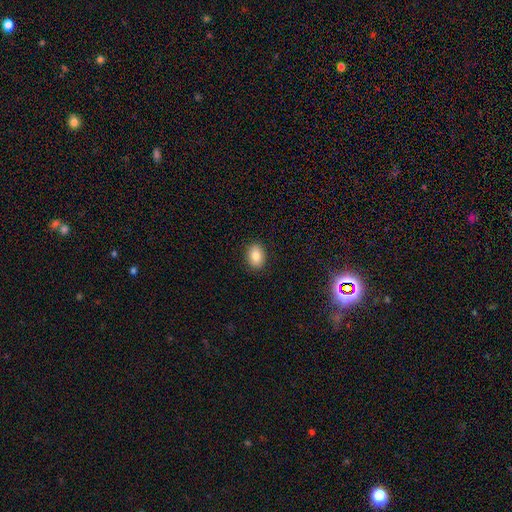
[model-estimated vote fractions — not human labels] A smooth galaxy with no disk features (84%) that is in between round and cigar-shaped (75%). Merging: none (89%).